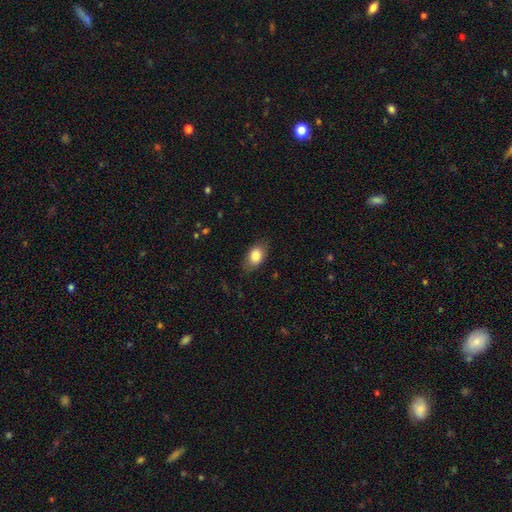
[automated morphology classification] Smooth or featured? smooth (82%)
How rounded? in between (85%)
Merging? none (81%)